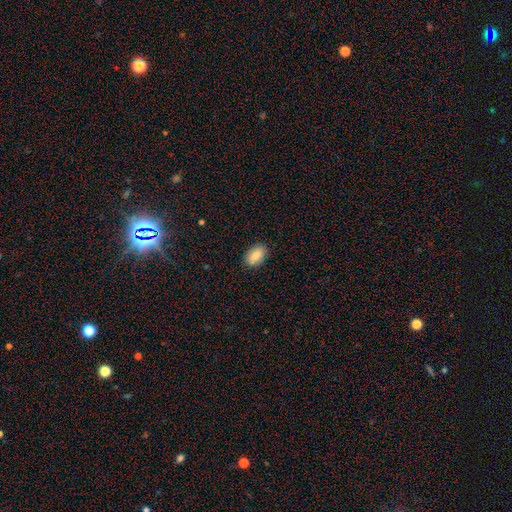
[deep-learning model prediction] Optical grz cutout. It shows a smooth galaxy with no disk features (85%) that is in between round and cigar-shaped (91%). Merging: none (88%).